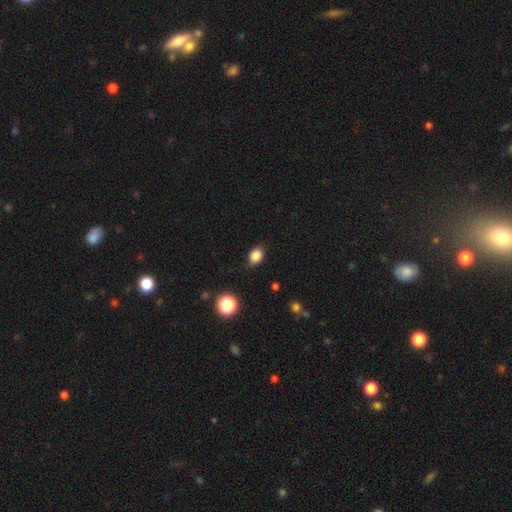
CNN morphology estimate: type=smooth (85%); roundness=in between (69%); merging=none (81%).